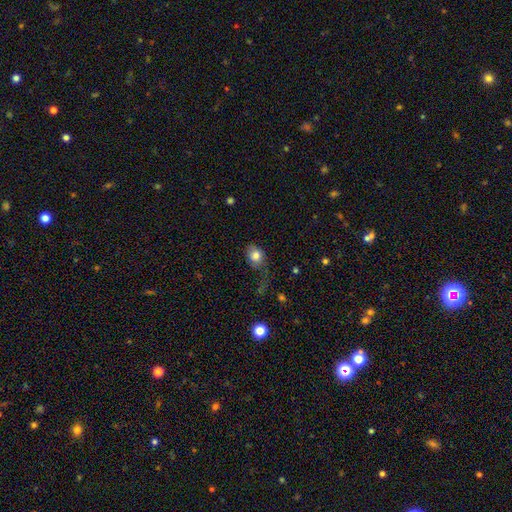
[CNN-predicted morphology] Q: Smooth or featured?
A: smooth (81%); runner-up: featured or disk (10%)
Q: How rounded?
A: in between (50%); runner-up: round (48%)
Q: Merging?
A: none (45%); runner-up: minor disturbance (28%)